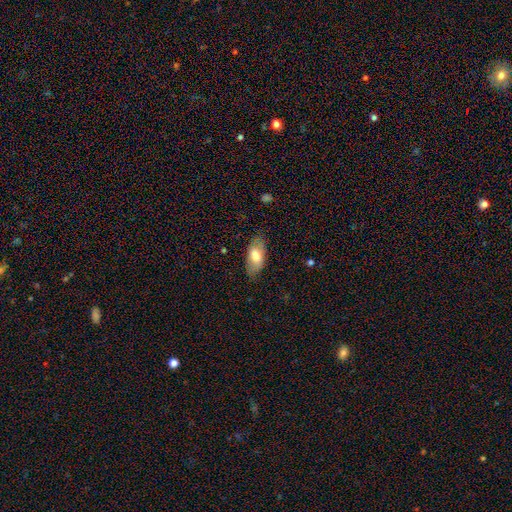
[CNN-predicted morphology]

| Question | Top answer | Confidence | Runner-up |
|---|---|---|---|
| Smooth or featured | smooth | 70% | featured or disk (24%) |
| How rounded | in between | 90% | cigar-shaped (7%) |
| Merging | none | 80% | minor disturbance (16%) |